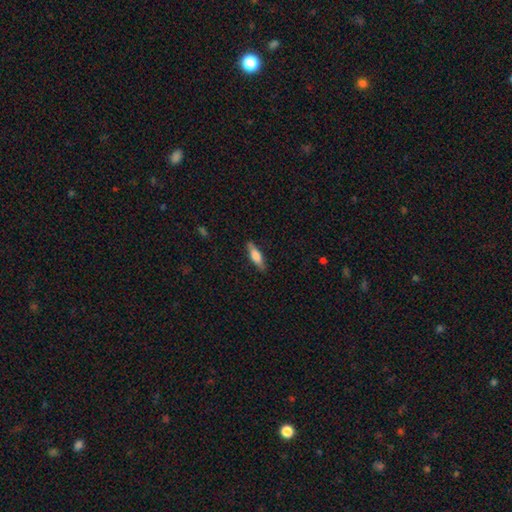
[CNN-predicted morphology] Smooth or featured? Predicted: smooth (p=0.66). How rounded? Predicted: cigar-shaped (p=0.61). Merging? Predicted: none (p=0.85).